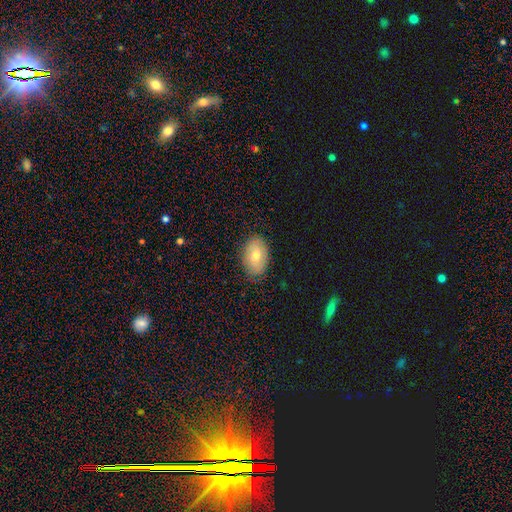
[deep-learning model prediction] Overall: smooth (66%; featured or disk 26%). How rounded: in between (88%). Merging: none (83%).